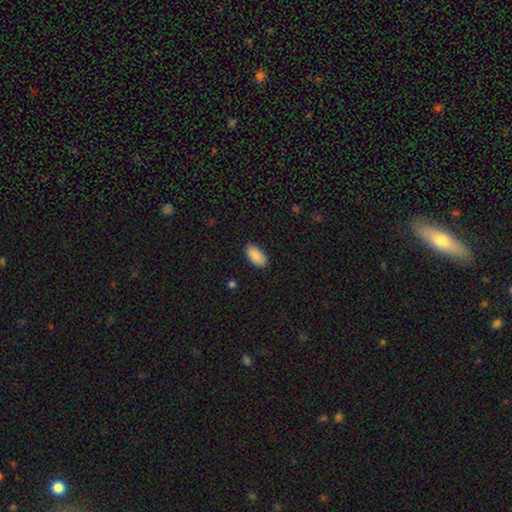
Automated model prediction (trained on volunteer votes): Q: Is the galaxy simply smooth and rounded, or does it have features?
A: smooth — 89%.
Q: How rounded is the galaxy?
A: in between — 94%.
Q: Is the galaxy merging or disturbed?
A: none — 87%.